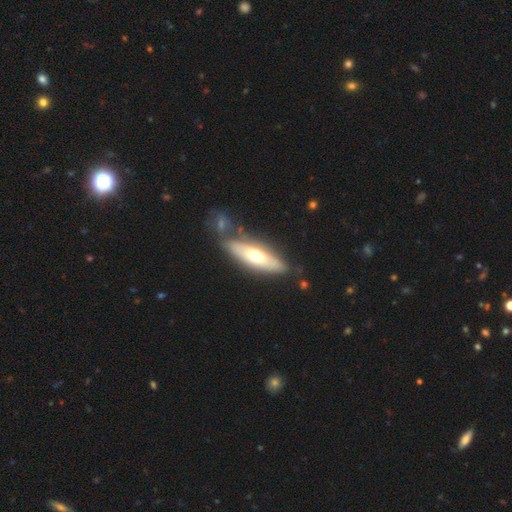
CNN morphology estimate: smooth-or-featured: featured or disk: 48% | smooth: 47% | star or artifact: 5%
  merging: none: 64% | minor disturbance: 17% | merger: 13% | major disturbance: 6%